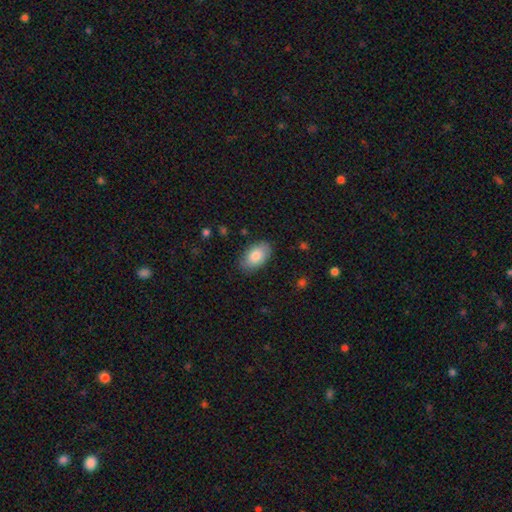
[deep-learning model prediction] smooth 83%, featured or disk 11%, star or artifact 6%. Down the decision tree: how rounded — in between (94%); merging — none (83%).